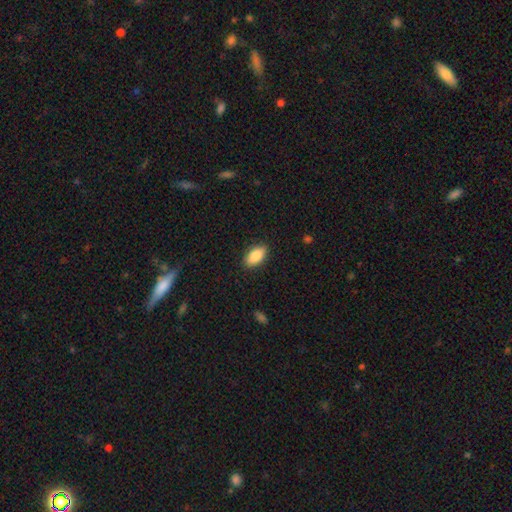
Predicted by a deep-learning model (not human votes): Smooth or featured? Predicted: smooth (p=0.85). How rounded? Predicted: in between (p=0.91). Merging? Predicted: none (p=0.88).